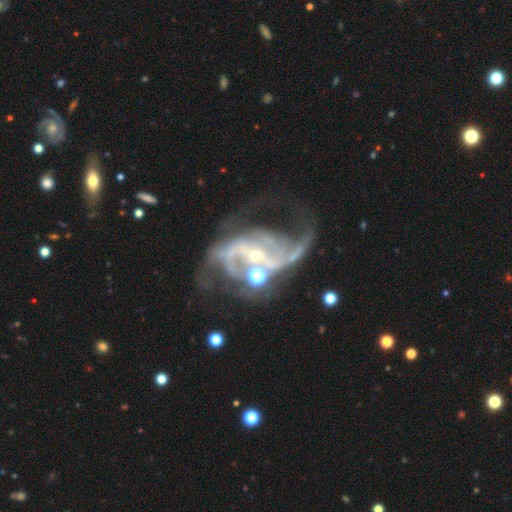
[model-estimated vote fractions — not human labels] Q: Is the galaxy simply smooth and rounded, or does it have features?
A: featured or disk — 89%.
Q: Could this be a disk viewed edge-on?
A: no — 97%.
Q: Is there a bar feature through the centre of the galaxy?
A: strong — 45%.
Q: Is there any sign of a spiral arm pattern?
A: yes — 95%.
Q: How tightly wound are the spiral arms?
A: loose — 50%.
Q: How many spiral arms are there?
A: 2 — 78%.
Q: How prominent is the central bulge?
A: small — 73%.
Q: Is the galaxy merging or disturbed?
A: none — 38%.